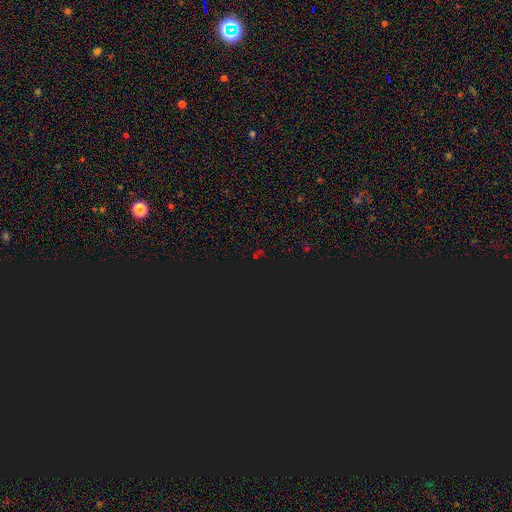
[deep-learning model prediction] A star or artifact, not a galaxy (74%).